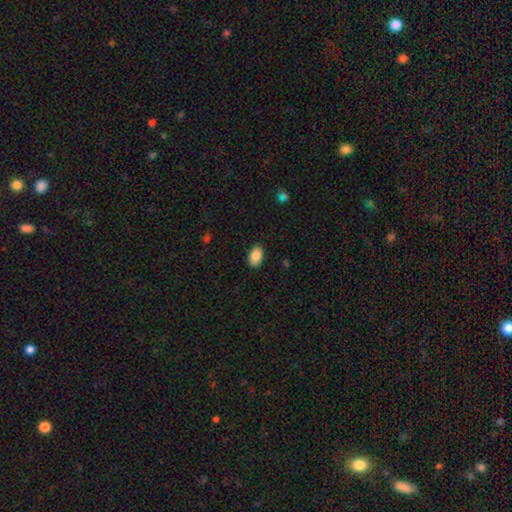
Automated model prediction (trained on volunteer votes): The model was most divided on "merging": none: 87%, minor disturbance: 10%, major disturbance: 2%, merger: 1%. More confident: how rounded — in between (92%); smooth or featured — smooth (86%).